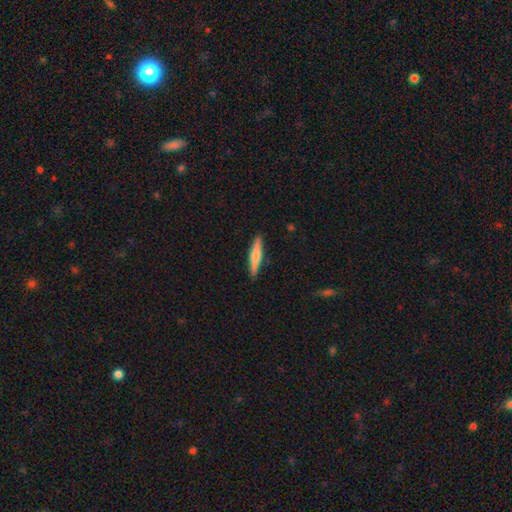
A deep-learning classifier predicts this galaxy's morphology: Smooth or featured?
  - smooth: 59% *
  - featured or disk: 36%
  - star or artifact: 6%
How rounded?
  - cigar-shaped: 88% *
  - in between: 11%
  - round: 2%
Merging?
  - none: 89% *
  - minor disturbance: 8%
  - major disturbance: 2%
  - merger: 1%